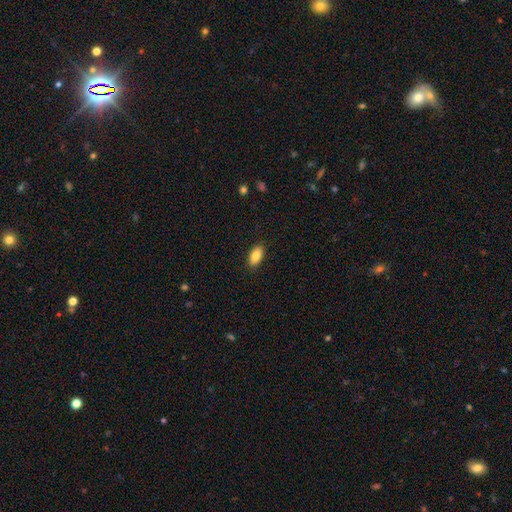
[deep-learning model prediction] Morphology: type=smooth (86%); roundness=in between (92%); merging=none (88%).